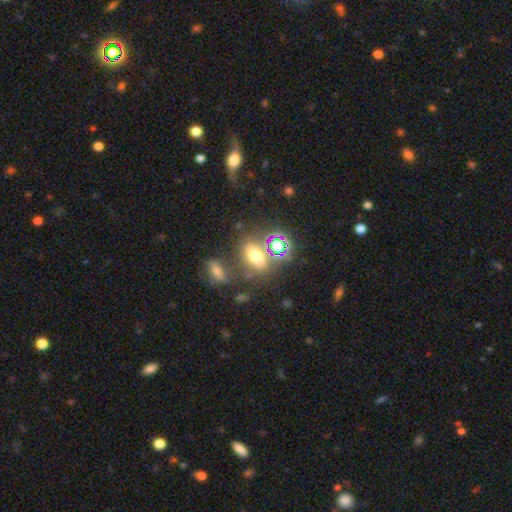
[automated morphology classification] type=star or artifact (69%).